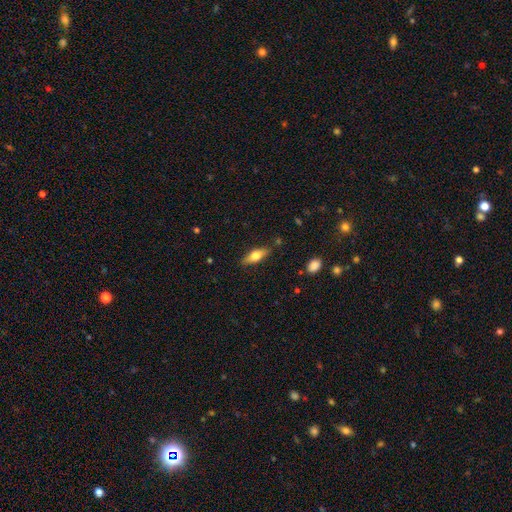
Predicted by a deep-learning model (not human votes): Smooth or featured: smooth — 60% (featured or disk — 34%)
How rounded: in between — 62% (cigar-shaped — 35%)
Merging: none — 84% (minor disturbance — 12%)